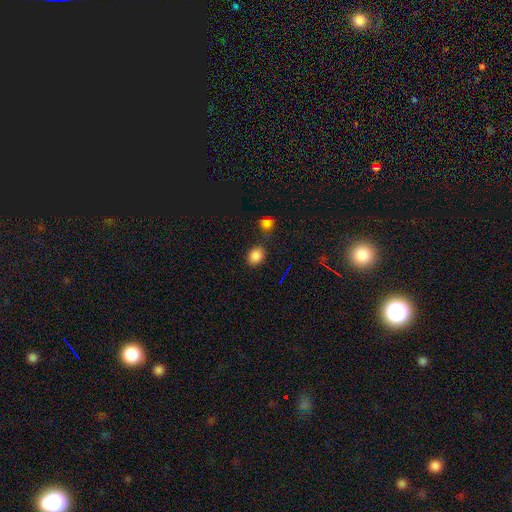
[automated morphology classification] smooth-or-featured: smooth: 83% | star or artifact: 13% | featured or disk: 4%
  how-rounded: round: 52% | in between: 47% | cigar-shaped: 1%
  merging: none: 73% | minor disturbance: 13% | merger: 10% | major disturbance: 4%